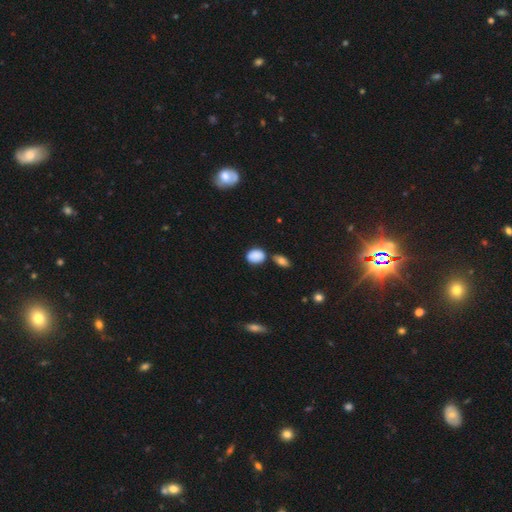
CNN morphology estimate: type=smooth (86%); roundness=in between (59%); merging=none (66%).